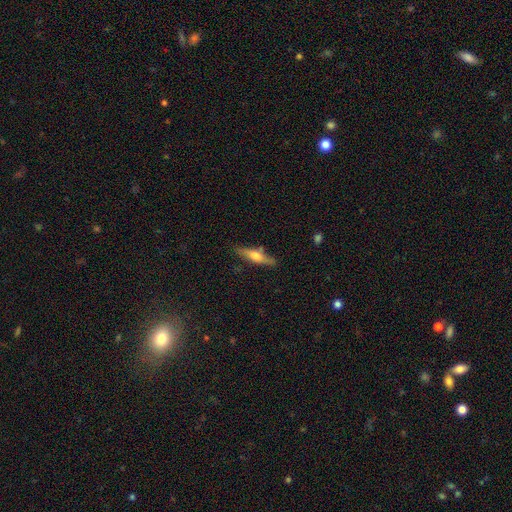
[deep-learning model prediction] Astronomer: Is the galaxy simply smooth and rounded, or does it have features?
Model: featured or disk — 51% (runner-up: smooth, 43%).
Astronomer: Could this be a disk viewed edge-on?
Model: yes — 93%.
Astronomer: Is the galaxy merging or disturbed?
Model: none — 82%.